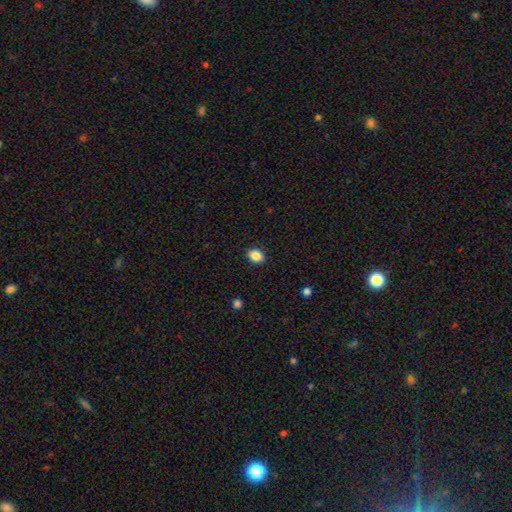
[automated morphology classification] A smooth galaxy with no disk features (87%) that is in between round and cigar-shaped (66%). Merging: none (90%).